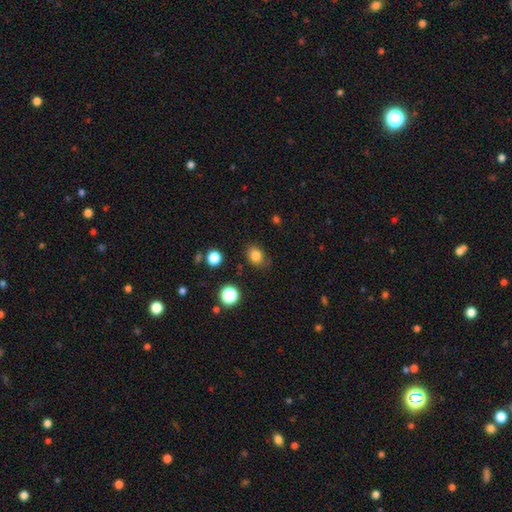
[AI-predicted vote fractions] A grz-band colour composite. It shows a smooth galaxy with no disk features (81%) that is in between round and cigar-shaped (50%). Merging: none (71%).